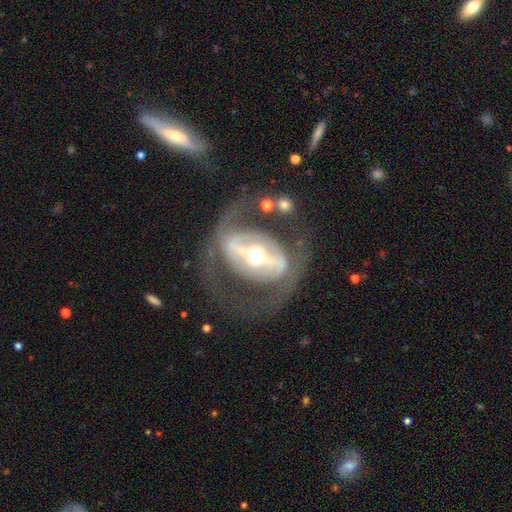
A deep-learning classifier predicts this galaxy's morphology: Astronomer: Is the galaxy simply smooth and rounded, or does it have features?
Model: featured or disk — 81%.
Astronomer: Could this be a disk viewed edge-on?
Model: no — 93%.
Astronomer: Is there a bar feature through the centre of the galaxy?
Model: strong — 65%.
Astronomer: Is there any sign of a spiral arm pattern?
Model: yes — 55% (runner-up: no, 45%).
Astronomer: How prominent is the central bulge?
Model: moderate — 69%.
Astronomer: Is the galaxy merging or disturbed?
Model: none — 63%.